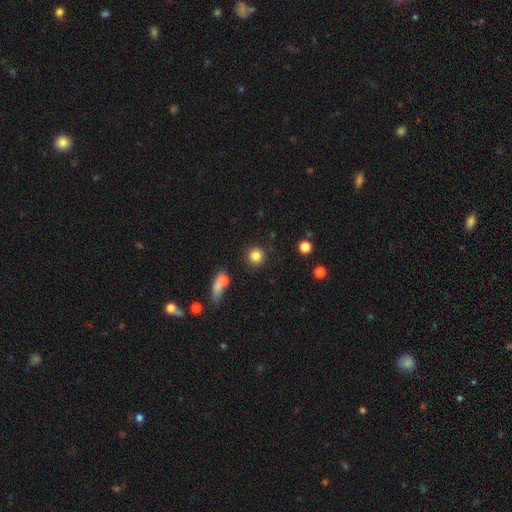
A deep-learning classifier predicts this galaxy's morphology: This appears to be a smooth galaxy with no disk features (84%) that is round (93%). Merging: none (86%).